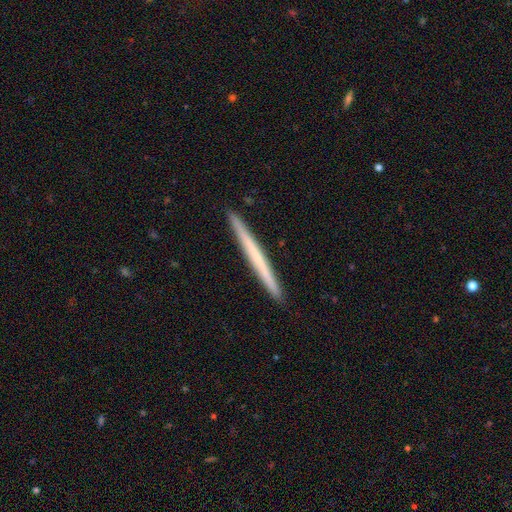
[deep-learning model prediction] The model was most divided on "smooth or featured": featured or disk: 48%, smooth: 47%, star or artifact: 5%. More confident: merging — none (93%).